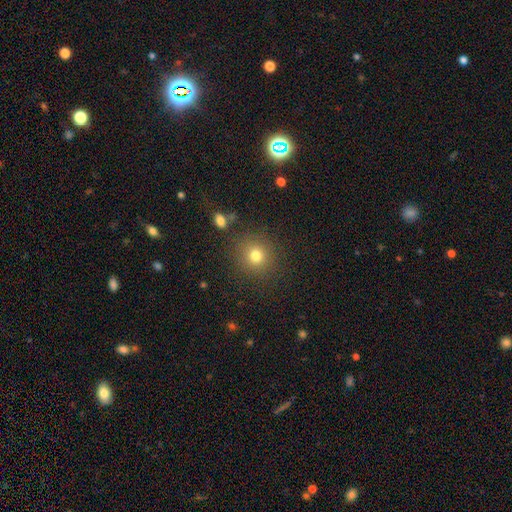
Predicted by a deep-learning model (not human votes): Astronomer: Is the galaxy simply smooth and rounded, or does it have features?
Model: smooth — 78%.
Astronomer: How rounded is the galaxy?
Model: round — 90%.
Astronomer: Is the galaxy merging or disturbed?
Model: none — 86%.